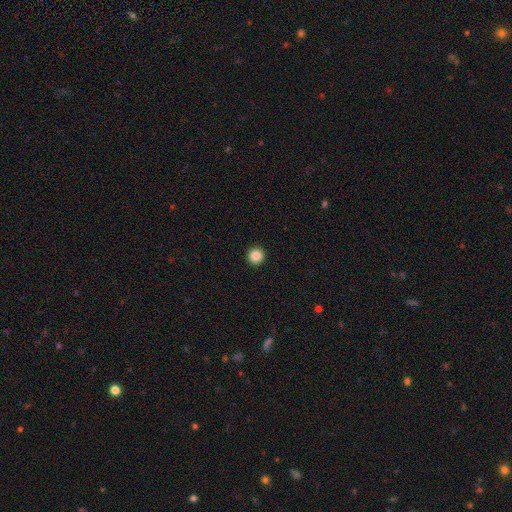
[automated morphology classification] A smooth galaxy with no disk features (86%) that is round (95%). Merging: none (94%).